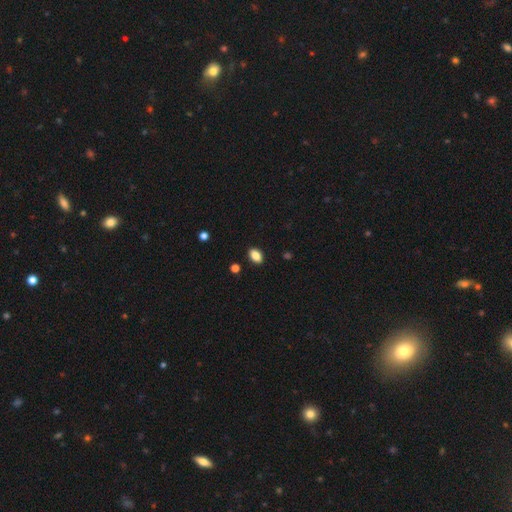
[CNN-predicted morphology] This is clearly a smooth galaxy (86%). How rounded: clearly in between (88%). Merging: clearly none (89%).